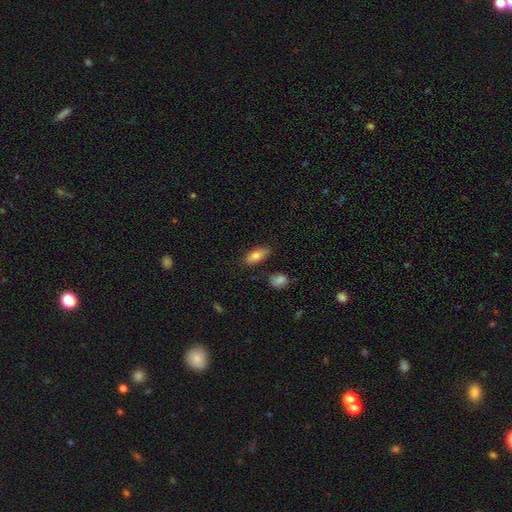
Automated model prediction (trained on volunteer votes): Overall: smooth (80%). How rounded: in between (77%). Merging: none (79%).